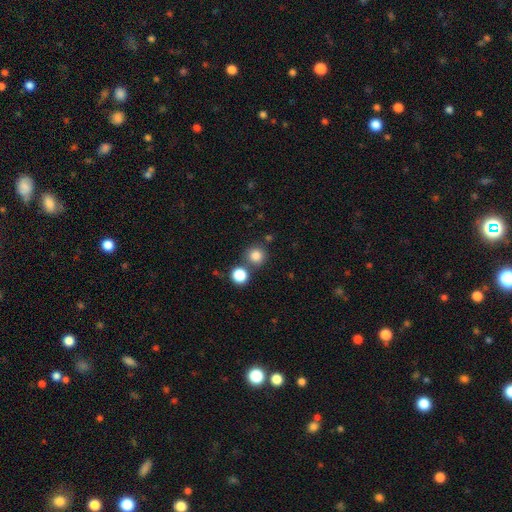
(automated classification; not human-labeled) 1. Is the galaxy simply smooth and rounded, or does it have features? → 82% smooth, 13% star or artifact, 5% featured or disk.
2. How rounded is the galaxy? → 93% round, 6% in between, 1% cigar-shaped.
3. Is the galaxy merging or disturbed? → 74% none, 15% merger, 8% minor disturbance, 3% major disturbance.